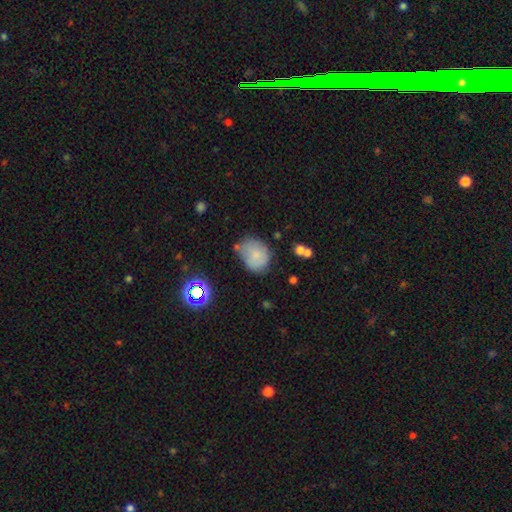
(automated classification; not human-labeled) Overall: smooth (74%). How rounded: in between (54%; round 45%). Merging: none (48%; minor disturbance 32%).